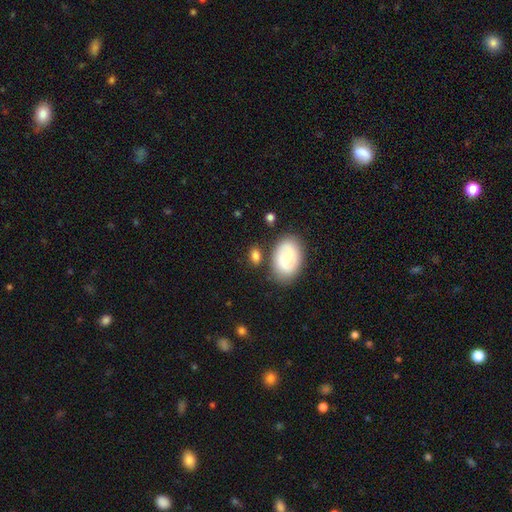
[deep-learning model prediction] A smooth galaxy with no disk features (72%) that is in between round and cigar-shaped (81%).

Vote fractions:
- Smooth or featured? smooth: 72% / featured or disk: 20% / star or artifact: 8%
- How rounded? in between: 81% / round: 17% / cigar-shaped: 3%
- Merging? none: 69% / minor disturbance: 17% / merger: 9% / major disturbance: 5%